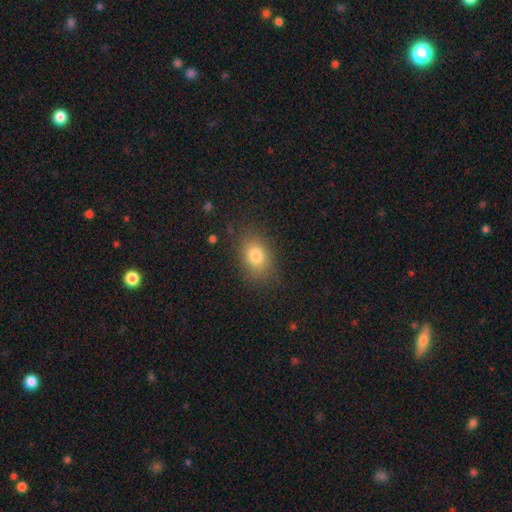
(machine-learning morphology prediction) Smooth or featured?
  - smooth: 80% *
  - star or artifact: 11%
  - featured or disk: 9%
How rounded?
  - in between: 75% *
  - round: 24%
  - cigar-shaped: 2%
Merging?
  - none: 84% *
  - minor disturbance: 11%
  - major disturbance: 4%
  - merger: 1%